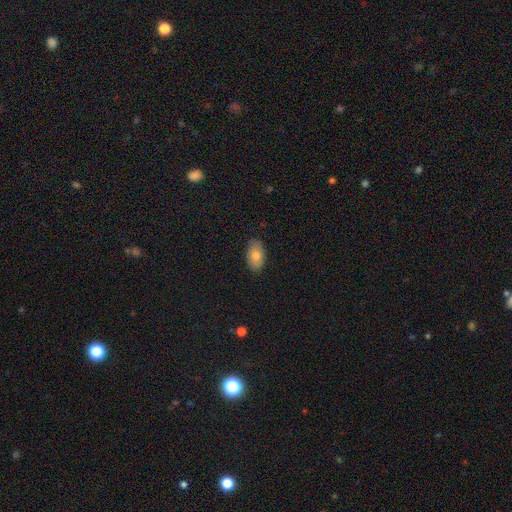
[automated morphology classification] smooth 79%, featured or disk 14%, star or artifact 7%. Down the decision tree: how rounded — in between (92%); merging — none (85%).